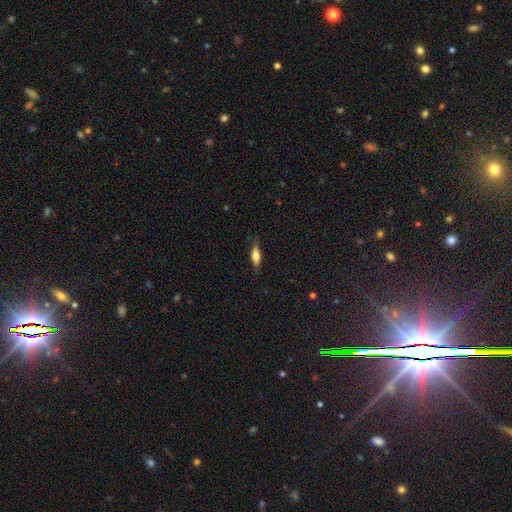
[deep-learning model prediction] Smooth or featured? smooth (73%)
How rounded? in between (65%)
Merging? none (76%)